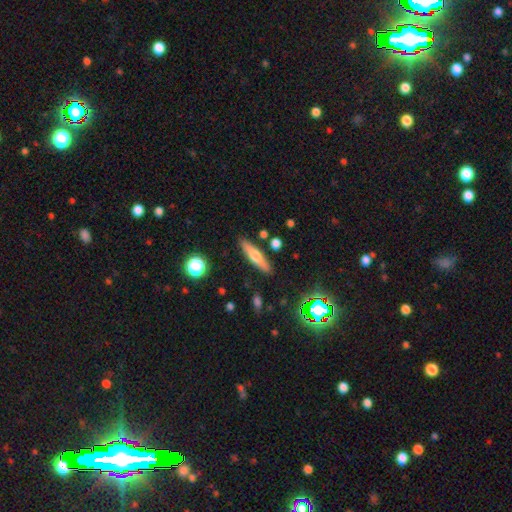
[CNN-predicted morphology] Overall: smooth (52%; featured or disk 40%). How rounded: cigar-shaped (71%). Merging: none (86%).